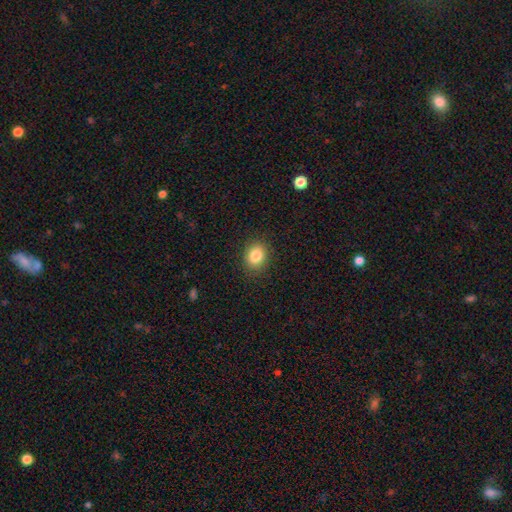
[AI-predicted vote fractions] The model was most divided on "how rounded": in between: 53%, round: 46%, cigar-shaped: 1%. More confident: merging — none (88%); smooth or featured — smooth (84%).